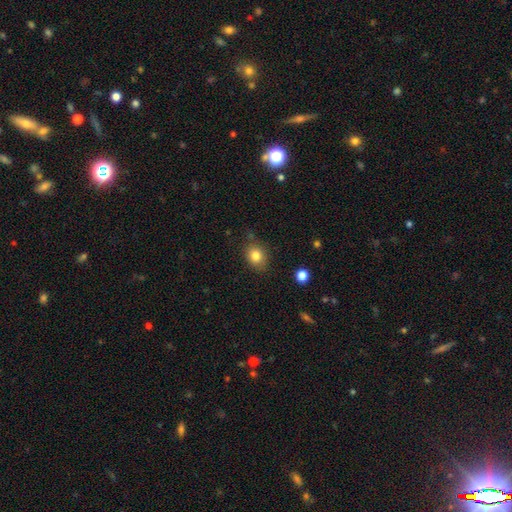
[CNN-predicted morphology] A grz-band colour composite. It shows a smooth galaxy with no disk features (82%) that is round (55%). Merging: none (79%).